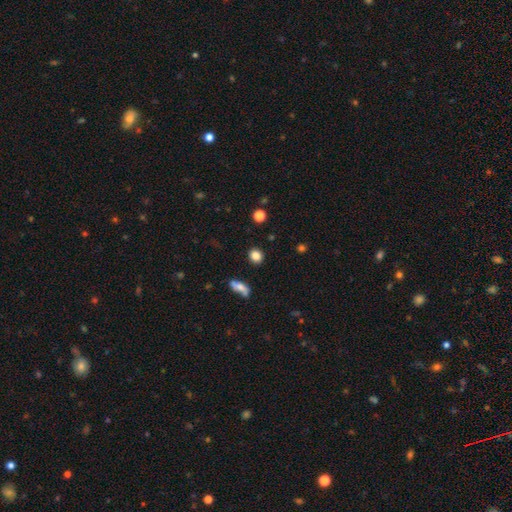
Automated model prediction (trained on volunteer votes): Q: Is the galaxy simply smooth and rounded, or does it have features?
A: smooth — 85%.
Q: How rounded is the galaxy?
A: round — 75%.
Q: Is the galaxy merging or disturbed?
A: none — 89%.